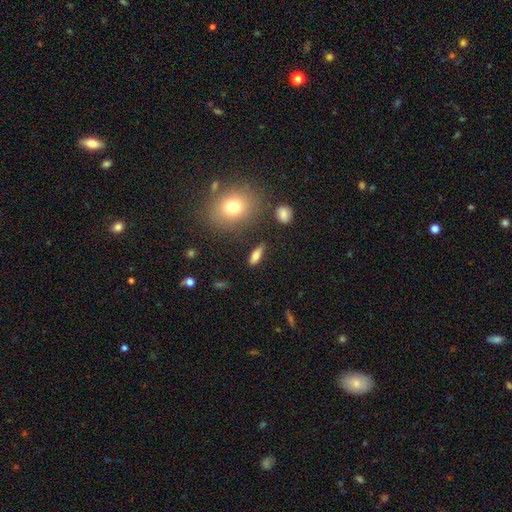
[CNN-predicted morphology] Q: Smooth or featured?
A: smooth (72%); runner-up: featured or disk (18%)
Q: How rounded?
A: in between (57%); runner-up: cigar-shaped (37%)
Q: Merging?
A: none (82%); runner-up: minor disturbance (11%)